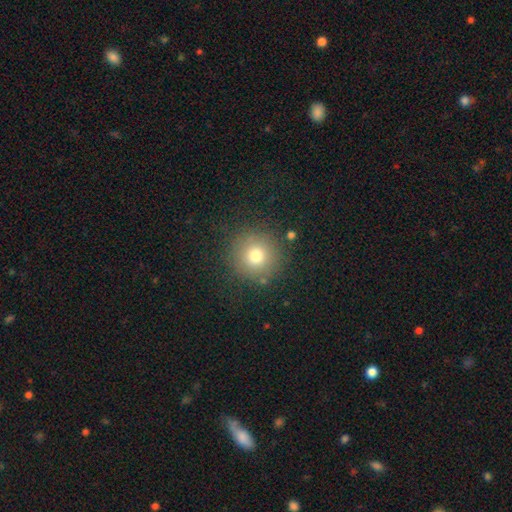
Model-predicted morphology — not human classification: Smooth or featured: smooth — 75% (star or artifact — 15%)
How rounded: round — 95% (in between — 4%)
Merging: none — 86% (minor disturbance — 8%)